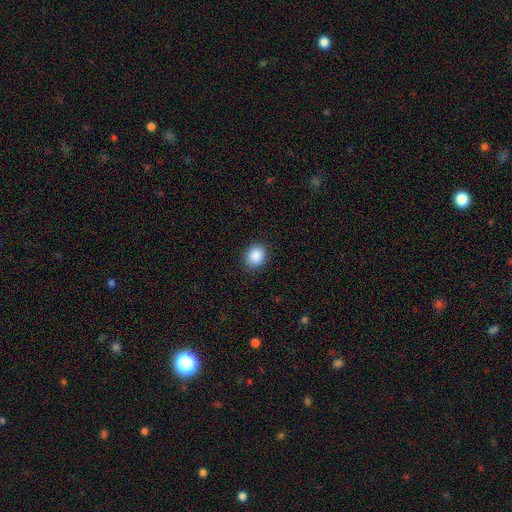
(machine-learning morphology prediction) A smooth galaxy with no disk features (88%) that is round (71%).

Vote fractions:
- Smooth or featured? smooth: 88% / star or artifact: 9% / featured or disk: 3%
- How rounded? round: 71% / in between: 28% / cigar-shaped: 1%
- Merging? none: 89% / minor disturbance: 7% / major disturbance: 2% / merger: 1%